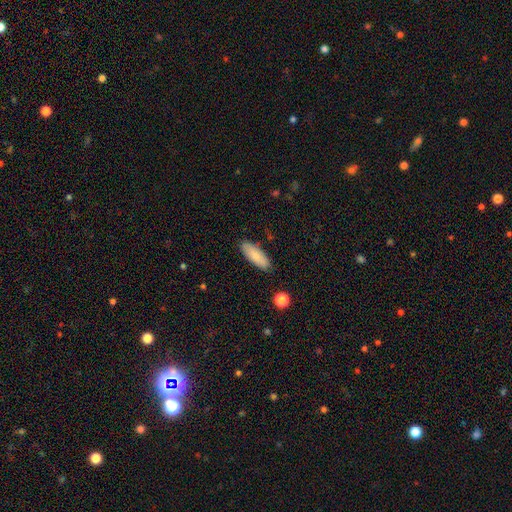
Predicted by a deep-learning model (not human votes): smooth-or-featured: smooth: 83% | featured or disk: 11% | star or artifact: 7%
  how-rounded: in between: 67% | cigar-shaped: 32% | round: 2%
  merging: none: 86% | minor disturbance: 11% | major disturbance: 2% | merger: 2%